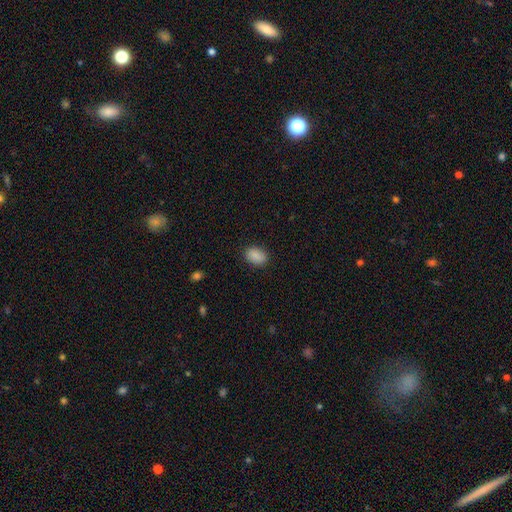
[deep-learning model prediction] Smooth or featured? Predicted: smooth (p=0.89). How rounded? Predicted: in between (p=0.82). Merging? Predicted: none (p=0.88).